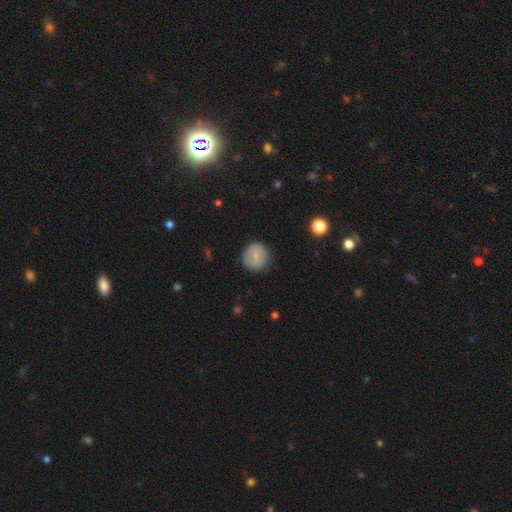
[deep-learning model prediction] Morphology: type=smooth (75%); roundness=round (92%); merging=none (85%).